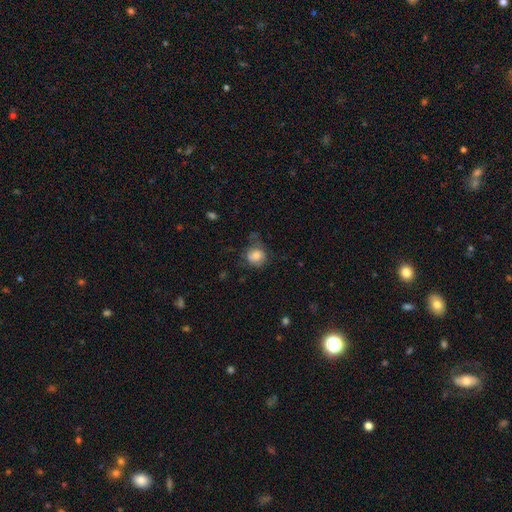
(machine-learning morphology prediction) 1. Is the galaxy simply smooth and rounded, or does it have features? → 78% smooth, 13% featured or disk, 9% star or artifact.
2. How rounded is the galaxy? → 81% round, 18% in between, 1% cigar-shaped.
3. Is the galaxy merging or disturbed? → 60% none, 25% minor disturbance, 12% major disturbance, 3% merger.